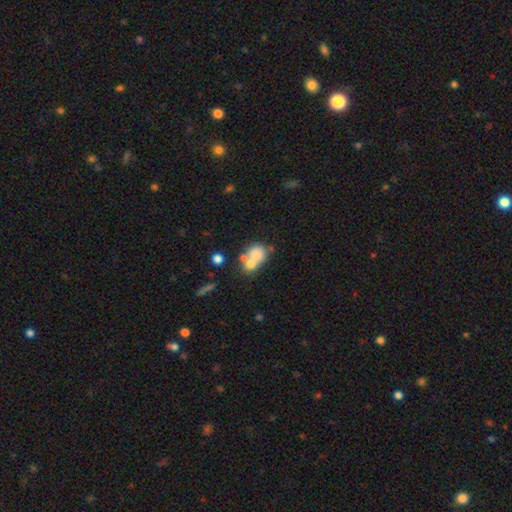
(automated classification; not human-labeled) Smooth or featured? smooth (69%)
How rounded? round (61%)
Merging? merger (56%)